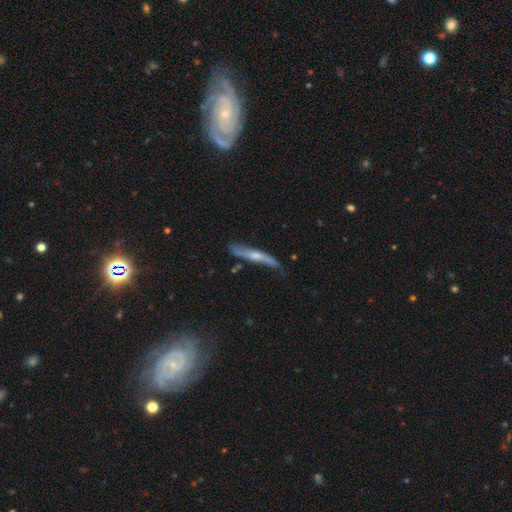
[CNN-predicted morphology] Smooth or featured: featured or disk — 62% (smooth — 32%)
Edge-on disk: yes — 85% (no — 15%)
Edge-on bulge: rounded — 73% (none — 21%)
Merging: none — 65% (minor disturbance — 25%)